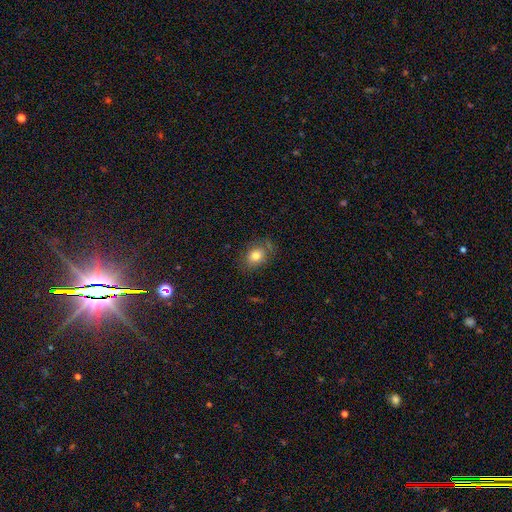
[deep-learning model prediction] smooth-or-featured: smooth: 79% | featured or disk: 11% | star or artifact: 10%
  how-rounded: in between: 56% | round: 43% | cigar-shaped: 1%
  merging: none: 72% | minor disturbance: 19% | major disturbance: 6% | merger: 2%